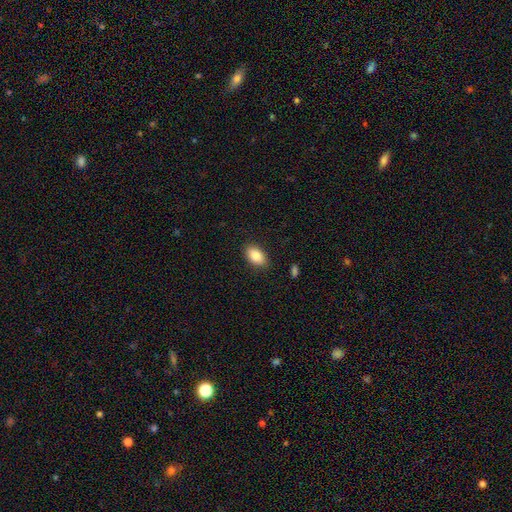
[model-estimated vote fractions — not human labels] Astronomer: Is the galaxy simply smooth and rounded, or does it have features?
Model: smooth — 87%.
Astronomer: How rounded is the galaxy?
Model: in between — 92%.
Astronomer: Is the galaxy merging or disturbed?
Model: none — 87%.